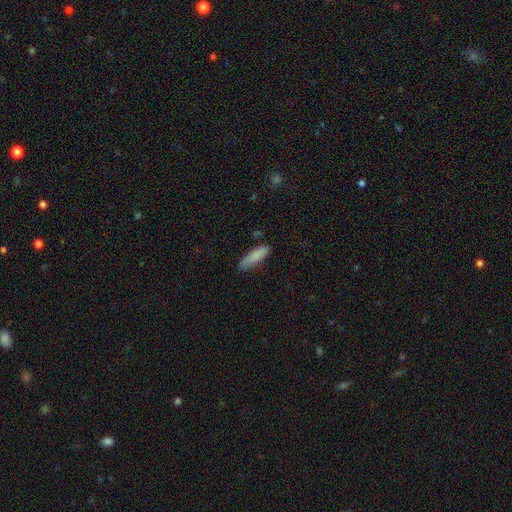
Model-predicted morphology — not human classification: smooth 84%, featured or disk 10%, star or artifact 6%. Down the decision tree: how rounded — cigar-shaped (61%); merging — none (81%).